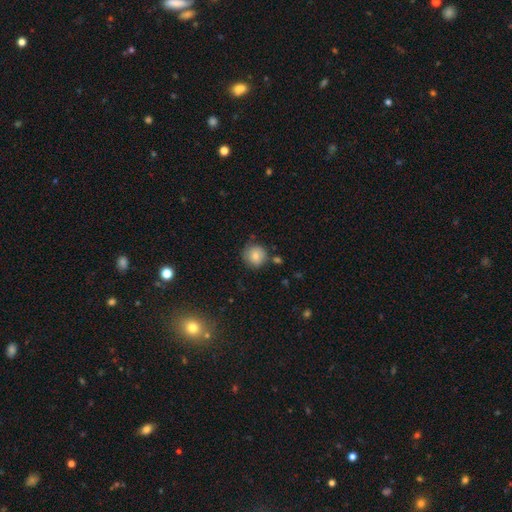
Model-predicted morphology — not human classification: smooth-or-featured: smooth: 78% | featured or disk: 12% | star or artifact: 10%
  how-rounded: round: 92% | in between: 7% | cigar-shaped: 1%
  merging: none: 76% | minor disturbance: 15% | merger: 5% | major disturbance: 4%